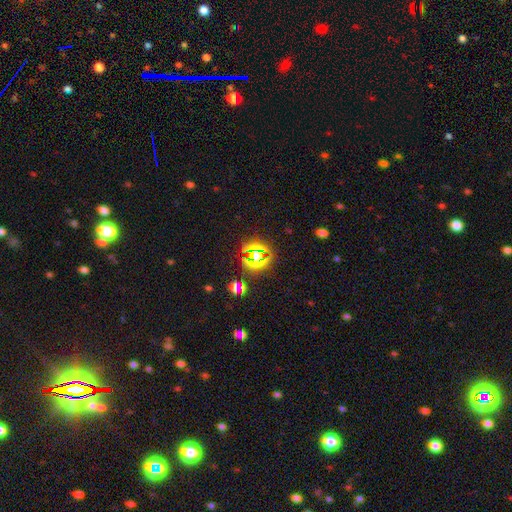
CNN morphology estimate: Smooth or featured? star or artifact (75%)